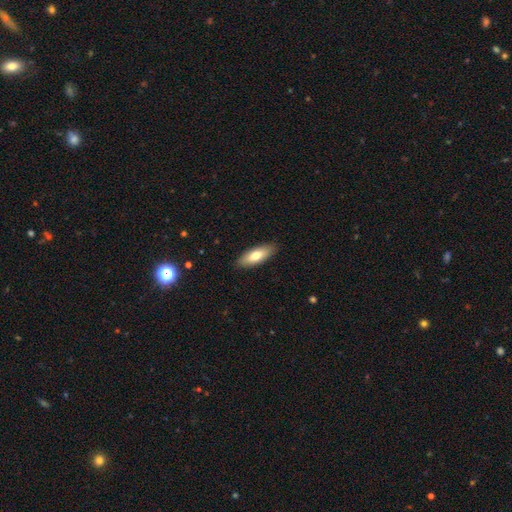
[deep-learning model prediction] Smooth or featured? Predicted: smooth (p=0.74). How rounded? Predicted: in between (p=0.69). Merging? Predicted: none (p=0.89).